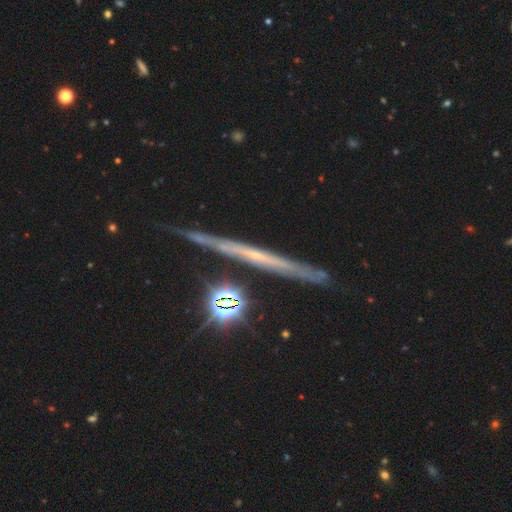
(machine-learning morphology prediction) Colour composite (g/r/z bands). It shows a featured or disk galaxy (69%) viewed edge-on (96%) with no central bulge (76%). Merging: none (85%).